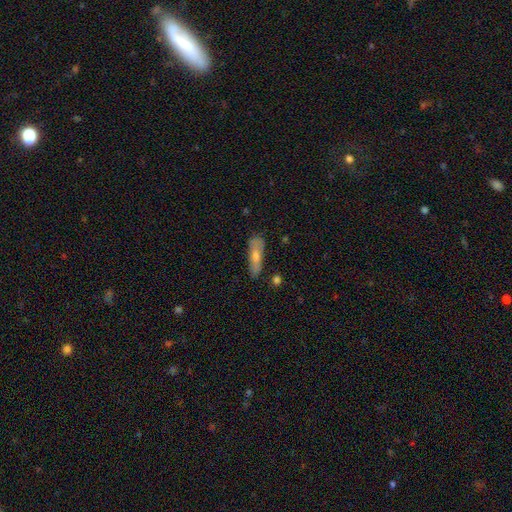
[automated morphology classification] Overall: smooth (56%; featured or disk 36%). How rounded: cigar-shaped (63%; in between 34%). Merging: none (70%).